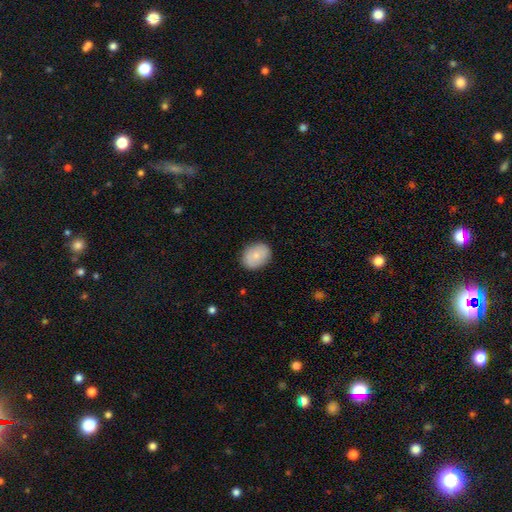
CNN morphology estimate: The model was most divided on "how rounded": in between: 58%, round: 41%, cigar-shaped: 1%. More confident: merging — none (85%); smooth or featured — smooth (76%).